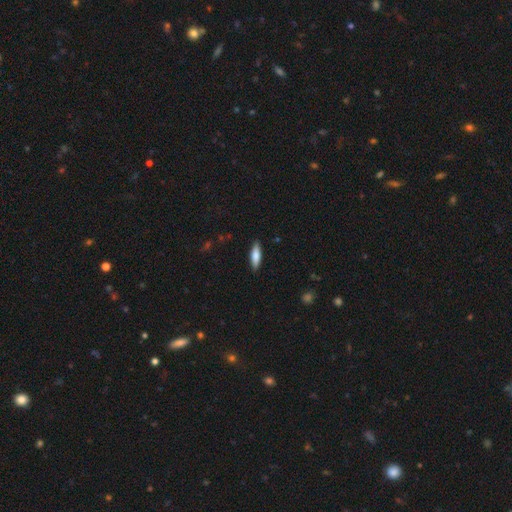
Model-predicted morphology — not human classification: smooth 71%, featured or disk 23%, star or artifact 6%. Down the decision tree: how rounded — cigar-shaped (53%); merging — none (89%).